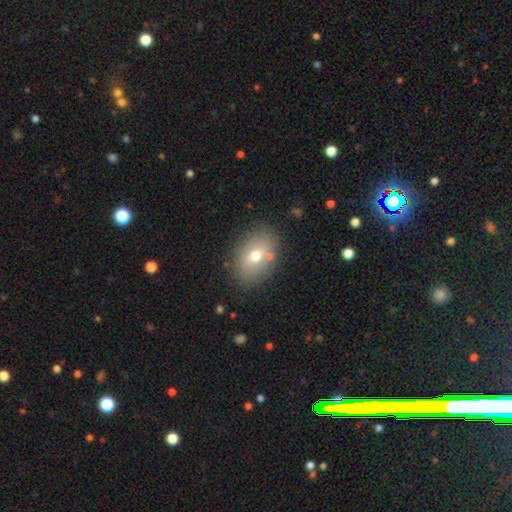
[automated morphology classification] Smooth or featured: smooth — 67% (featured or disk — 21%)
How rounded: in between — 77% (round — 21%)
Merging: none — 82% (minor disturbance — 11%)